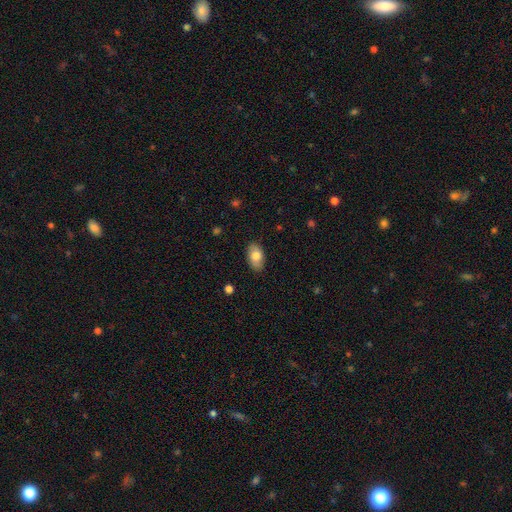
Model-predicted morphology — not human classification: A smooth galaxy with no disk features (79%) that is in between round and cigar-shaped (93%).

Vote fractions:
- Smooth or featured? smooth: 79% / featured or disk: 14% / star or artifact: 7%
- How rounded? in between: 93% / round: 5% / cigar-shaped: 2%
- Merging? none: 86% / minor disturbance: 11% / major disturbance: 2% / merger: 1%